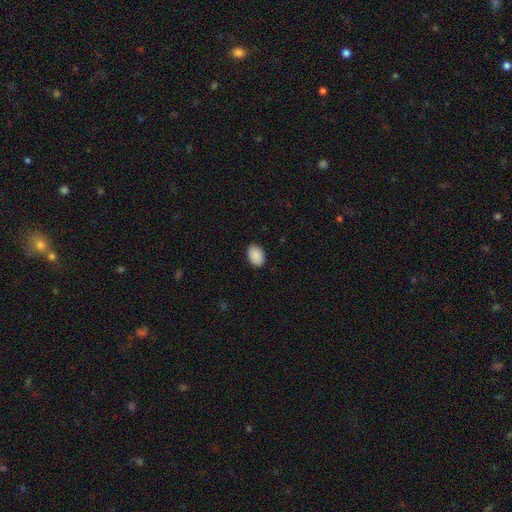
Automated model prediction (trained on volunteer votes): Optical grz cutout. It shows a smooth galaxy with no disk features (91%) that is in between round and cigar-shaped (84%). Merging: none (88%).